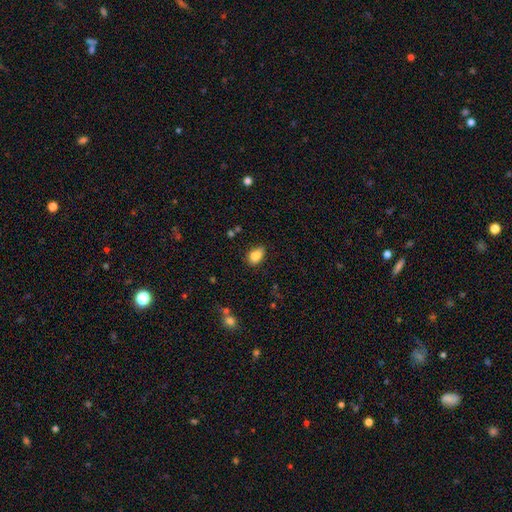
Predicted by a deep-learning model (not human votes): Q: Smooth or featured?
A: smooth (87%); runner-up: star or artifact (8%)
Q: How rounded?
A: in between (87%); runner-up: round (11%)
Q: Merging?
A: none (78%); runner-up: minor disturbance (17%)